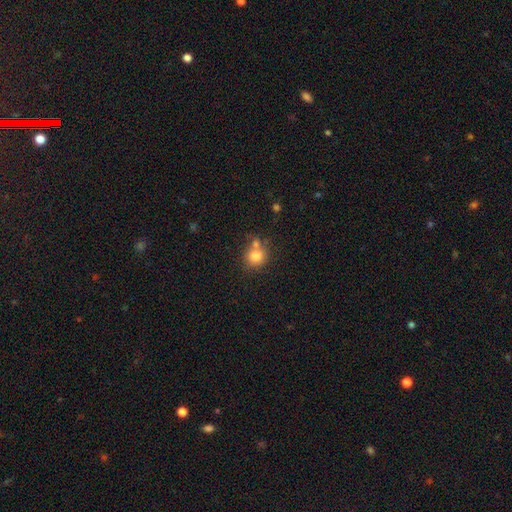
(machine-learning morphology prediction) type=smooth (80%); roundness=round (82%); merging=none (56%).